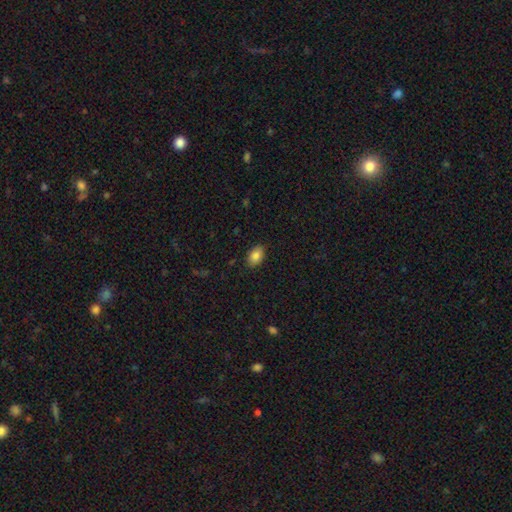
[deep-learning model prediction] Overall: smooth (85%). How rounded: in between (88%). Merging: none (88%).